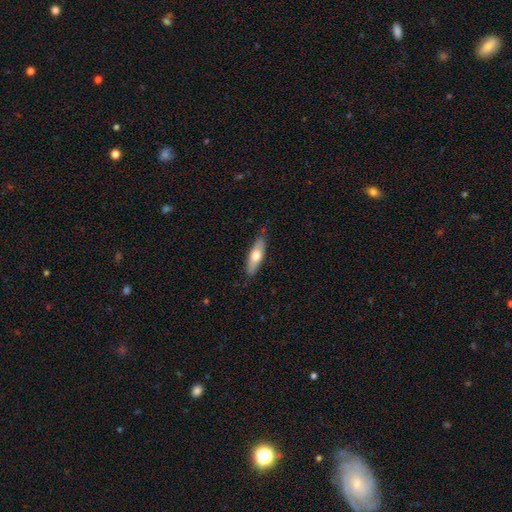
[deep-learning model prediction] Smooth or featured: smooth — 60% (featured or disk — 35%)
How rounded: cigar-shaped — 52% (in between — 46%)
Merging: none — 81% (minor disturbance — 15%)